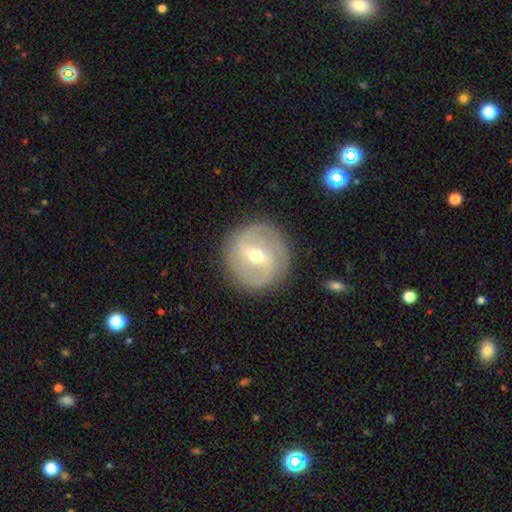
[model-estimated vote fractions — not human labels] The model was most divided on "bulge size": moderate: 52%, small: 44%, large: 2%, dominant: 1%, none: 1%. Remaining: edge-on disk — no (95%); merging — none (87%); spiral arm count — 2 (77%); spiral arms — yes (76%); smooth or featured — featured or disk (71%); bar — weak (48%); spiral winding — medium (41%).